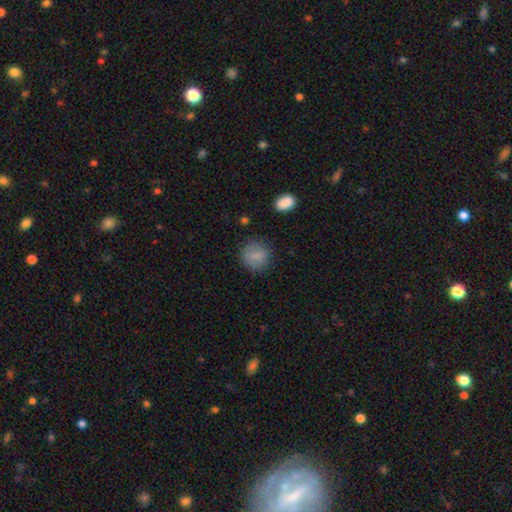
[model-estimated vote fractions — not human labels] Smooth or featured? smooth (82%)
How rounded? round (88%)
Merging? none (80%)